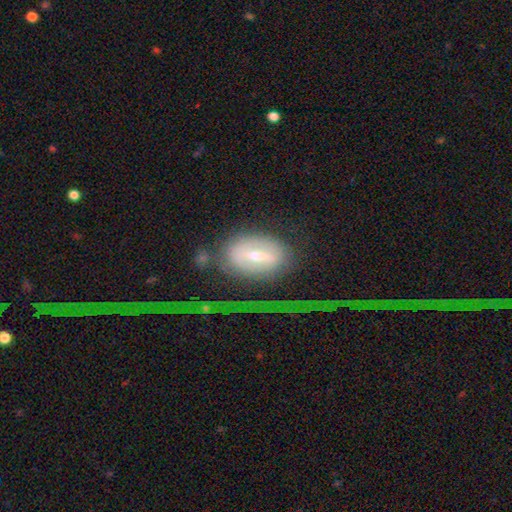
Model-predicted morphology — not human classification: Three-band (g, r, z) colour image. It shows a featured or disk galaxy (57%). Merging: major disturbance (48%).